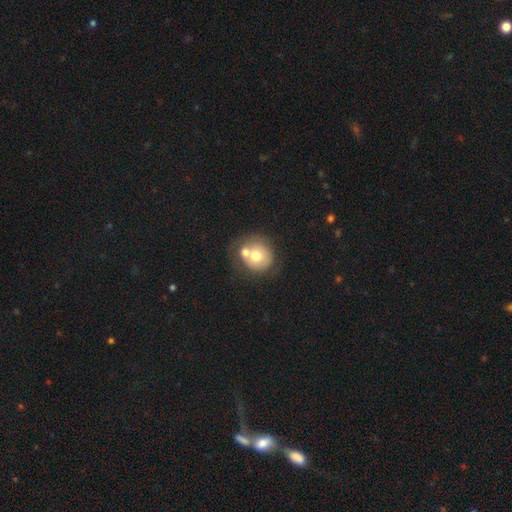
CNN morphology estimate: Smooth or featured? smooth (62%)
How rounded? round (86%)
Merging? merger (48%)